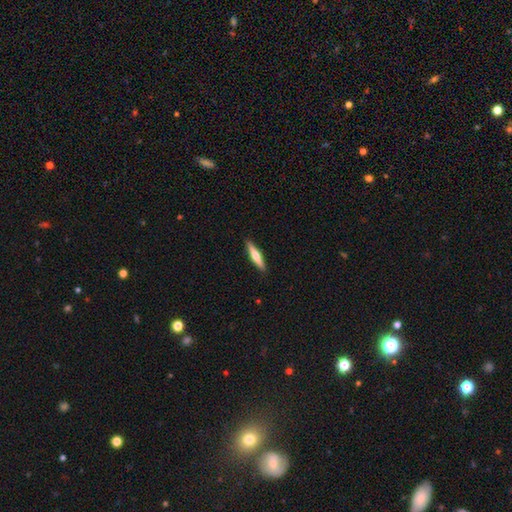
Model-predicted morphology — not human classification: smooth 48%, featured or disk 47%, star or artifact 5%. Down the decision tree: merging — none (91%).